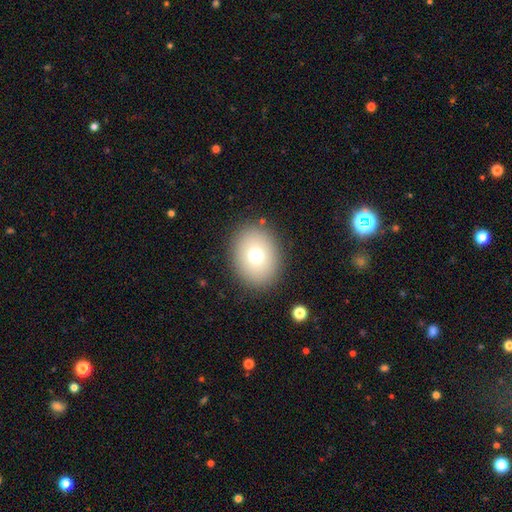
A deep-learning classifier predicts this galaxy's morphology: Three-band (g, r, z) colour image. It shows a smooth galaxy with no disk features (72%) that is round (52%). Merging: none (88%).